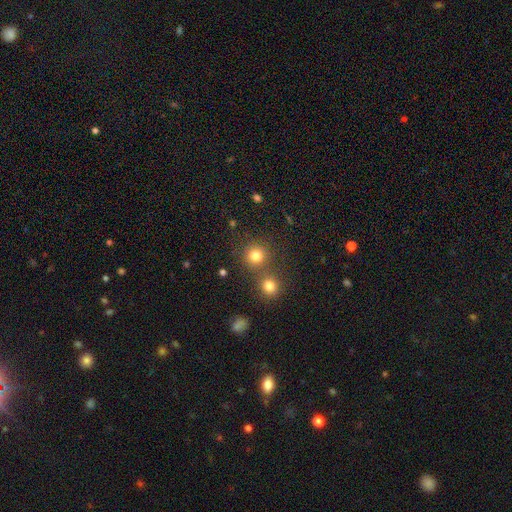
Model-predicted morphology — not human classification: This appears to be a smooth galaxy with no disk features (79%) that is round (91%). Merging: none (69%).